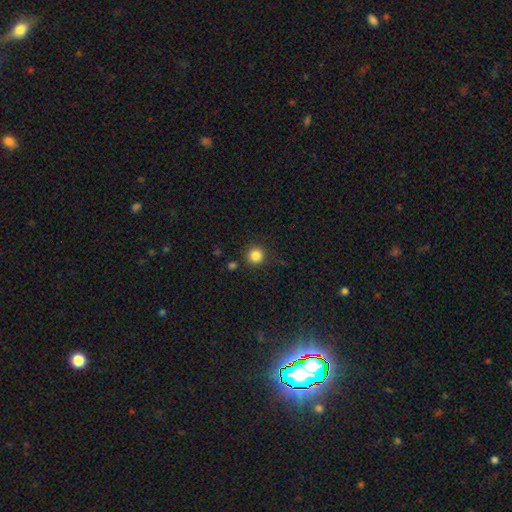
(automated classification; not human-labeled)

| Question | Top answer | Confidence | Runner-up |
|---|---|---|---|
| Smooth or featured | smooth | 85% | star or artifact (11%) |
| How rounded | round | 94% | in between (5%) |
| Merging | none | 87% | minor disturbance (8%) |